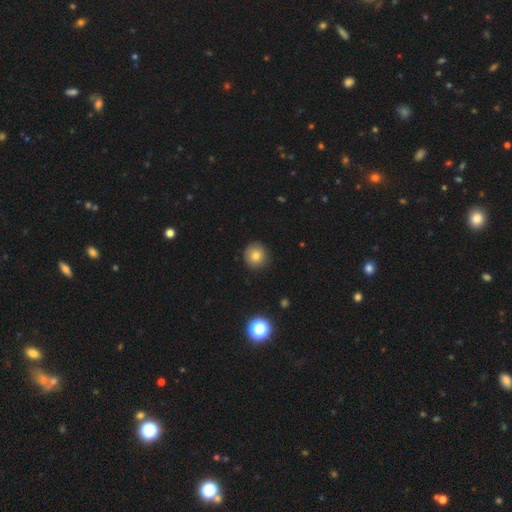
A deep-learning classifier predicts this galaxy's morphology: Q: Smooth or featured?
A: smooth (78%); runner-up: star or artifact (12%)
Q: How rounded?
A: round (91%); runner-up: in between (8%)
Q: Merging?
A: none (89%); runner-up: minor disturbance (8%)